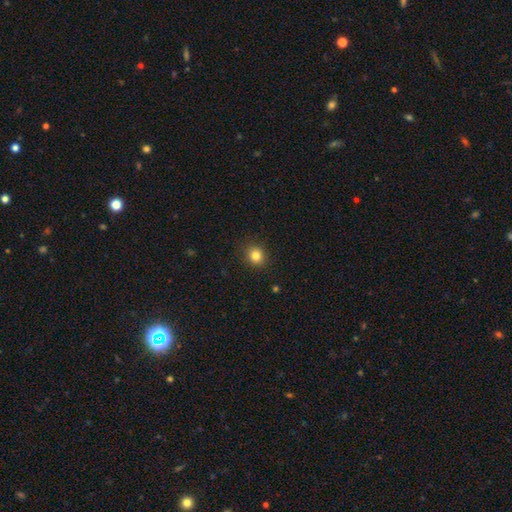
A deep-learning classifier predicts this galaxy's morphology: smooth-or-featured: smooth: 83% | star or artifact: 12% | featured or disk: 5%
  how-rounded: round: 80% | in between: 19% | cigar-shaped: 1%
  merging: none: 90% | minor disturbance: 7% | major disturbance: 2% | merger: 1%